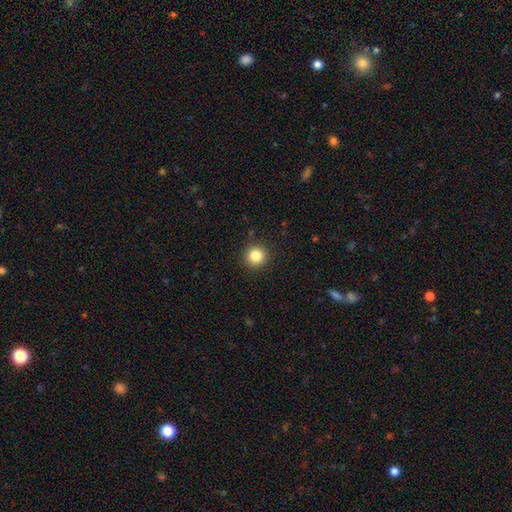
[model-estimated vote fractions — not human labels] A smooth galaxy with no disk features (84%) that is round (95%). Merging: none (92%).